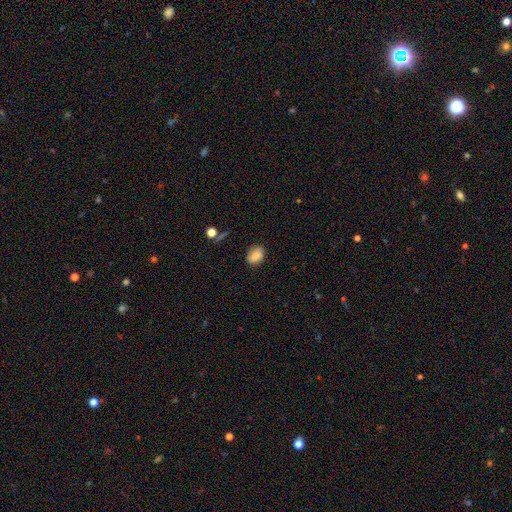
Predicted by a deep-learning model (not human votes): smooth_or_featured: smooth (p=0.79) [alt: featured or disk p=0.11]
how_rounded: in between (p=0.65) [alt: round p=0.34]
merging: none (p=0.78) [alt: minor disturbance p=0.17]